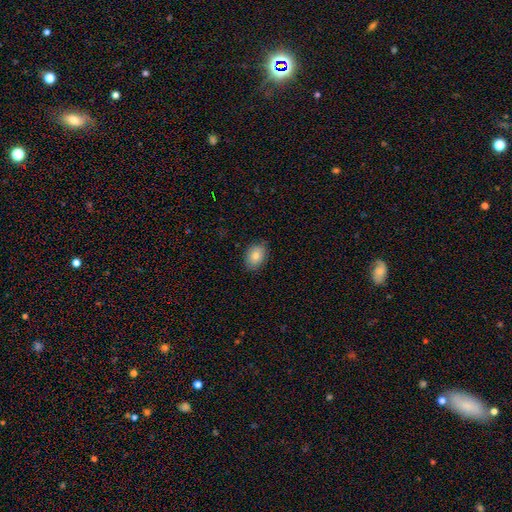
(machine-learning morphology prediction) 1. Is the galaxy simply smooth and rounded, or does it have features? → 82% smooth, 10% featured or disk, 8% star or artifact.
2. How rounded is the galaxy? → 71% in between, 28% round, 1% cigar-shaped.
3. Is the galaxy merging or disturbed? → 83% none, 14% minor disturbance, 2% major disturbance, 1% merger.